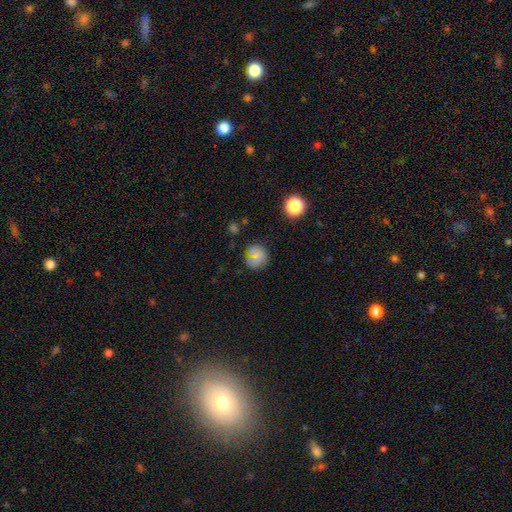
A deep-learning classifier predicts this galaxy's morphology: A smooth galaxy with no disk features (71%) that is round (88%).

Vote fractions:
- Smooth or featured? smooth: 71% / star or artifact: 18% / featured or disk: 11%
- How rounded? round: 88% / in between: 11% / cigar-shaped: 1%
- Merging? none: 78% / minor disturbance: 14% / major disturbance: 5% / merger: 3%